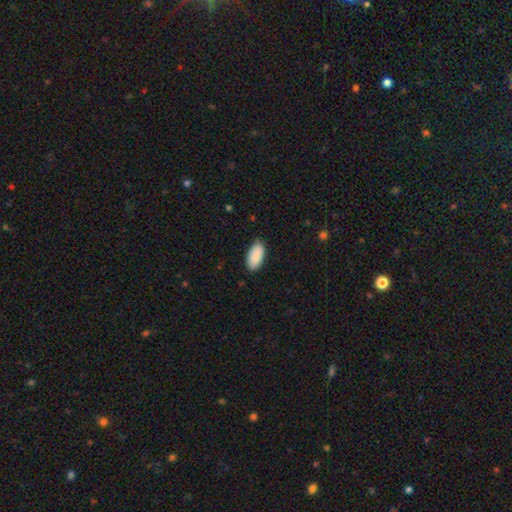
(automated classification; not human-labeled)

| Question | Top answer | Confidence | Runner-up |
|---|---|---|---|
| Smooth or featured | smooth | 91% | star or artifact (6%) |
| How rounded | in between | 94% | cigar-shaped (4%) |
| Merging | none | 87% | minor disturbance (10%) |